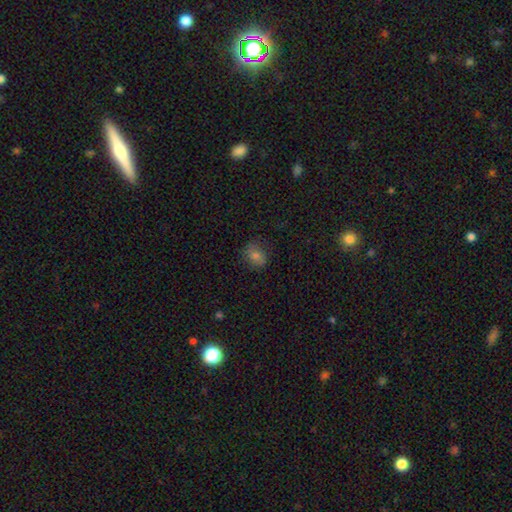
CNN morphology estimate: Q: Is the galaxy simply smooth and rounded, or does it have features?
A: smooth — 70%.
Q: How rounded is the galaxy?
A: round — 57%.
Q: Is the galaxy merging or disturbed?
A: none — 73%.